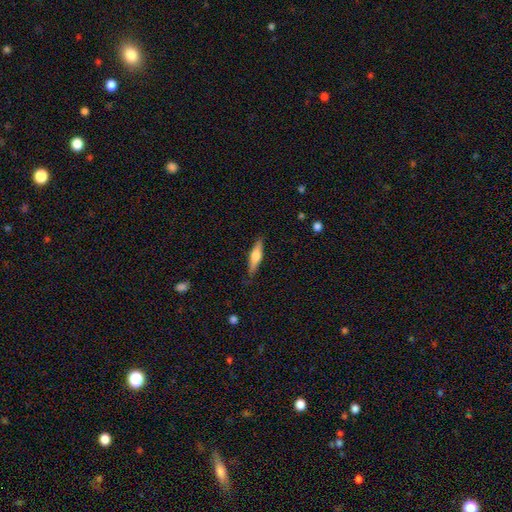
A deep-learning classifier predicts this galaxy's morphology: Overall: smooth (51%; featured or disk 44%). How rounded: cigar-shaped (75%). Merging: none (83%).